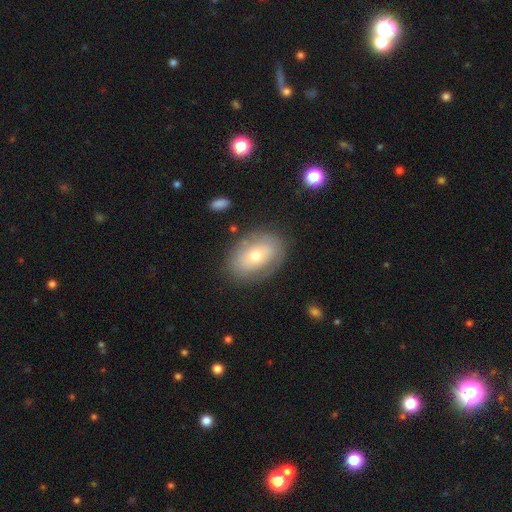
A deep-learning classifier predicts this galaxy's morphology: smooth_or_featured: smooth (p=0.55) [alt: featured or disk p=0.37]
how_rounded: in between (p=0.81) [alt: round p=0.17]
merging: none (p=0.78) [alt: minor disturbance p=0.15]